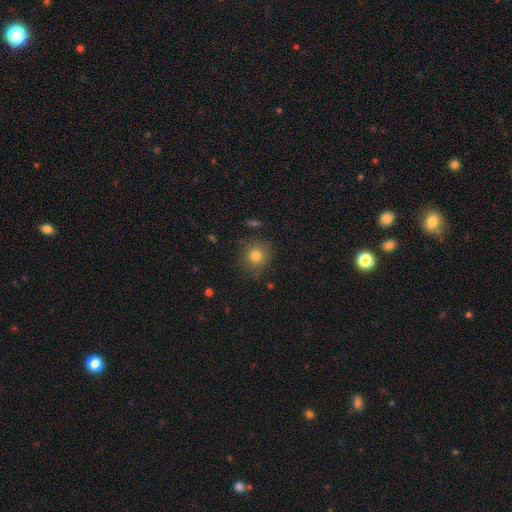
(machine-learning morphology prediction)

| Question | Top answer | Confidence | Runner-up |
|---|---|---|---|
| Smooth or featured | smooth | 78% | star or artifact (13%) |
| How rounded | round | 91% | in between (8%) |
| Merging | none | 84% | minor disturbance (11%) |